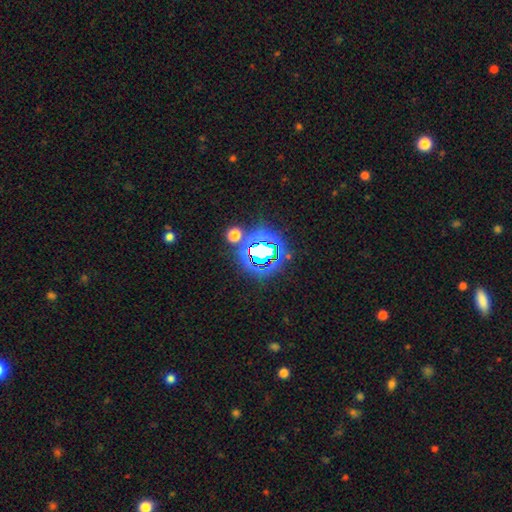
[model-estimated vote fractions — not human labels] A star or artifact, not a galaxy (76%).

Vote fractions:
- Smooth or featured? star or artifact: 76% / smooth: 15% / featured or disk: 9%